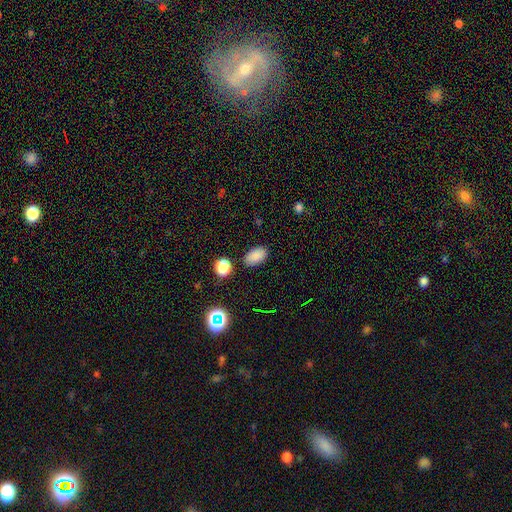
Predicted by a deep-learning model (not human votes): The model was most divided on "smooth or featured": smooth: 84%, star or artifact: 12%, featured or disk: 5%. More confident: how rounded — in between (91%); merging — none (85%).